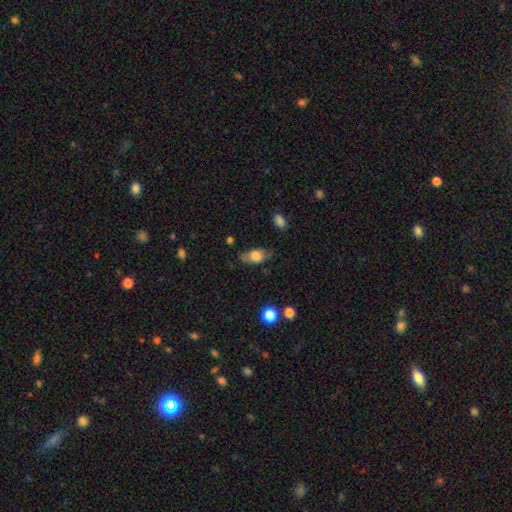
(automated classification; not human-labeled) The model was most divided on "smooth or featured": smooth: 67%, featured or disk: 25%, star or artifact: 8%. More confident: how rounded — in between (85%); merging — none (69%).